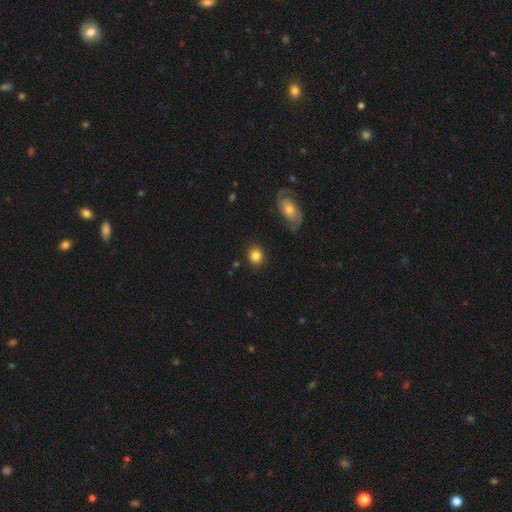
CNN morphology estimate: smooth 83%, star or artifact 9%, featured or disk 8%. Down the decision tree: how rounded — round (69%); merging — none (86%).